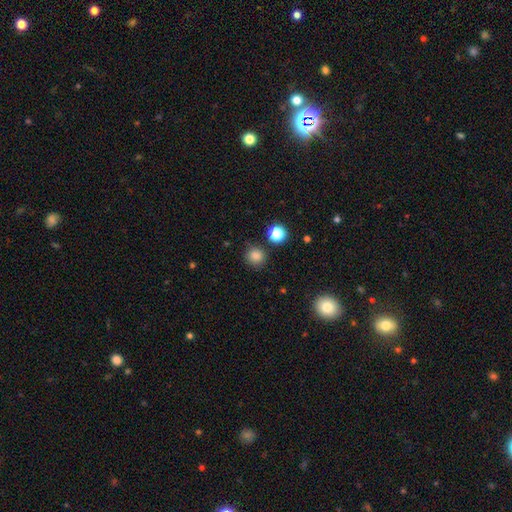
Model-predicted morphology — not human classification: smooth-or-featured: smooth: 83% | star or artifact: 13% | featured or disk: 4%
  how-rounded: round: 92% | in between: 7% | cigar-shaped: 1%
  merging: none: 85% | minor disturbance: 8% | merger: 4% | major disturbance: 3%